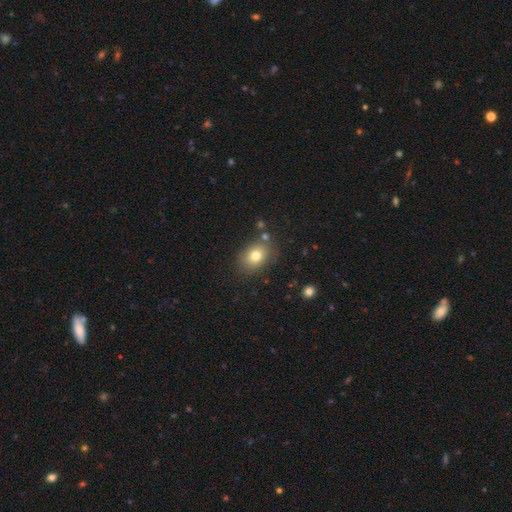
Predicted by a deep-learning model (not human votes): Smooth or featured: smooth — 78% (featured or disk — 11%)
How rounded: in between — 66% (round — 33%)
Merging: none — 79% (minor disturbance — 12%)